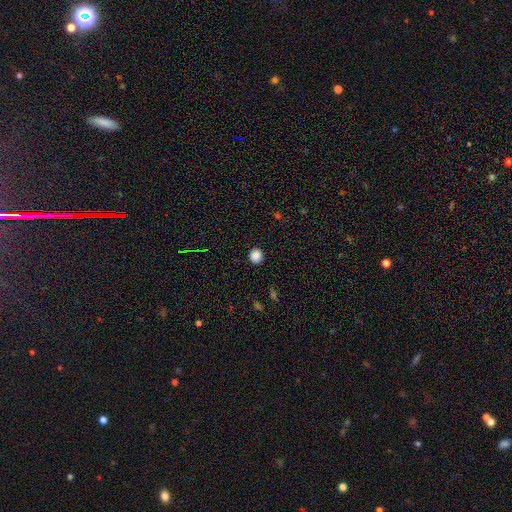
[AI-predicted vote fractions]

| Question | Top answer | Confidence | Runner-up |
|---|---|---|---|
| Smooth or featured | smooth | 87% | star or artifact (11%) |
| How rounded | round | 86% | in between (13%) |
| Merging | none | 91% | minor disturbance (6%) |